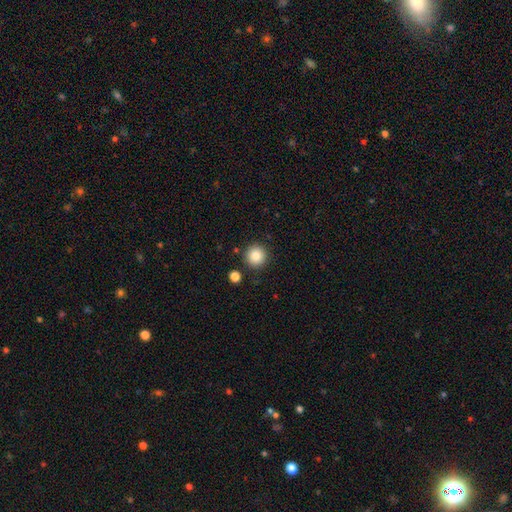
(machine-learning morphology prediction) Q: Smooth or featured?
A: smooth (86%); runner-up: star or artifact (9%)
Q: How rounded?
A: round (95%); runner-up: in between (4%)
Q: Merging?
A: none (89%); runner-up: minor disturbance (6%)